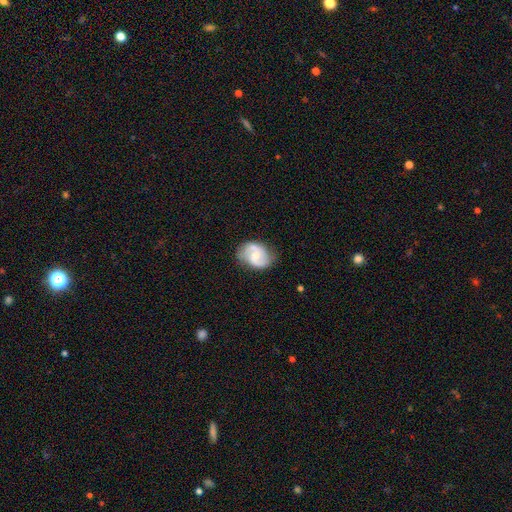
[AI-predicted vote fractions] This is likely a featured or disk galaxy (74%). It is clearly not viewed edge-on (98%). Bar: possibly no (49%). Spiral arm pattern: clearly yes (91%). Spiral arm count: clearly 2 (88%). Spiral winding: possibly medium (49%). Central bulge: possibly moderate (50%). Merging: likely none (73%).